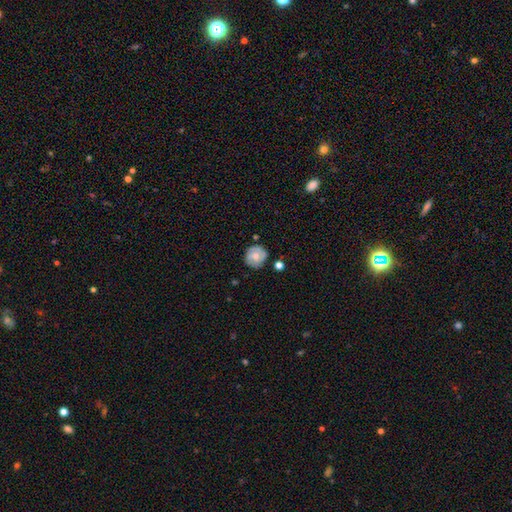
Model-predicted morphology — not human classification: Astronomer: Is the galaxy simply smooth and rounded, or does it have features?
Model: featured or disk — 52% (runner-up: smooth, 41%).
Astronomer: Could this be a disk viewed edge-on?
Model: no — 97%.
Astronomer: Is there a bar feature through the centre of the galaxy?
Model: no — 67%.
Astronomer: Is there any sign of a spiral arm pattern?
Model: yes — 80%.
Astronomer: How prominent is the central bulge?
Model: moderate — 53% (runner-up: small, 36%).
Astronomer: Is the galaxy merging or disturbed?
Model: none — 76%.